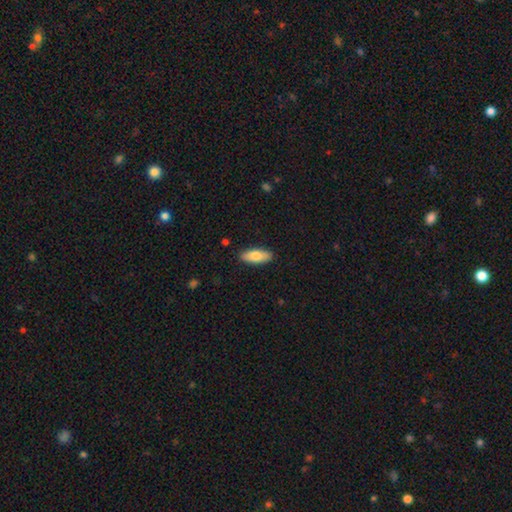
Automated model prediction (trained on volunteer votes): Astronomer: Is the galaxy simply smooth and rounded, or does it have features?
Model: smooth — 78%.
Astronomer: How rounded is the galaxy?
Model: in between — 76%.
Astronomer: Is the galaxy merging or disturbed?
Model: none — 88%.